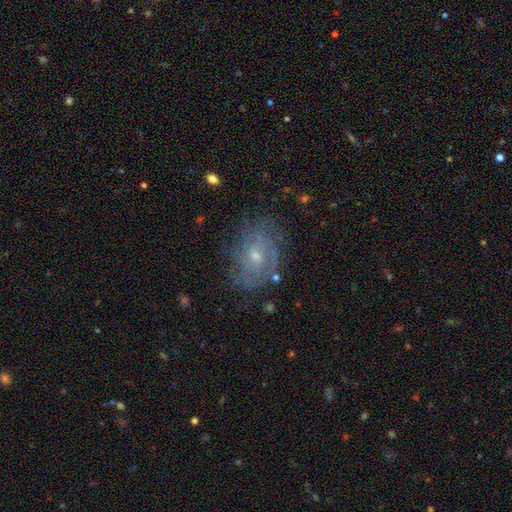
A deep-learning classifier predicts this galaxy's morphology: Q: Smooth or featured?
A: featured or disk (72%); runner-up: smooth (18%)
Q: Edge-on disk?
A: no (96%); runner-up: yes (4%)
Q: Bar?
A: no (66%); runner-up: weak (30%)
Q: Spiral arms?
A: yes (84%); runner-up: no (16%)
Q: Spiral winding?
A: tight (56%); runner-up: medium (32%)
Q: Spiral arm count?
A: can't tell (47%); runner-up: 2 (26%)
Q: Bulge size?
A: small (57%); runner-up: moderate (39%)
Q: Merging?
A: none (71%); runner-up: minor disturbance (19%)